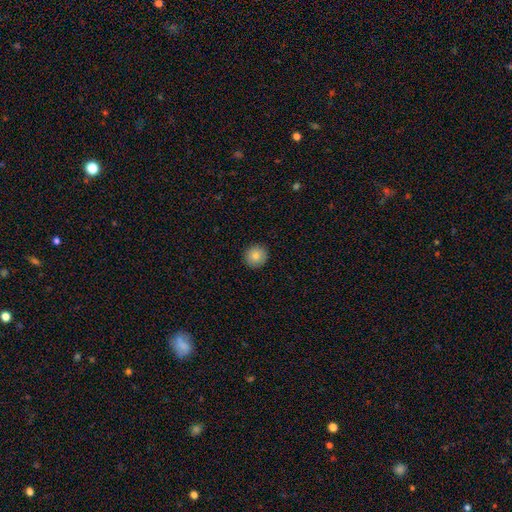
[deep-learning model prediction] Smooth or featured? Predicted: smooth (p=0.82). How rounded? Predicted: round (p=0.92). Merging? Predicted: none (p=0.92).